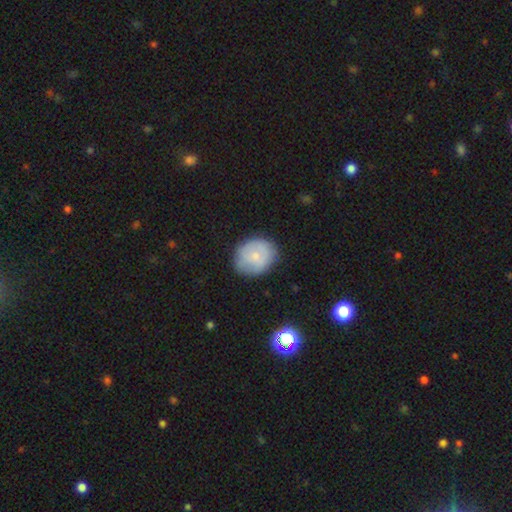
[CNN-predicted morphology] This is likely a smooth galaxy (67%). How rounded: likely round (64%). Merging: likely none (75%).